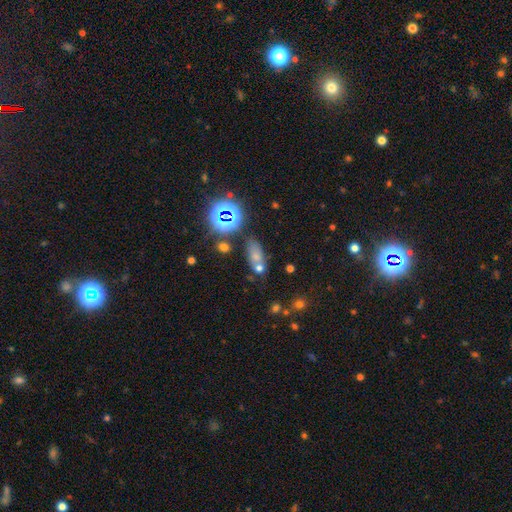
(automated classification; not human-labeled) A smooth galaxy with no disk features (58%) that is in between round and cigar-shaped (70%). Merging: none (51%).